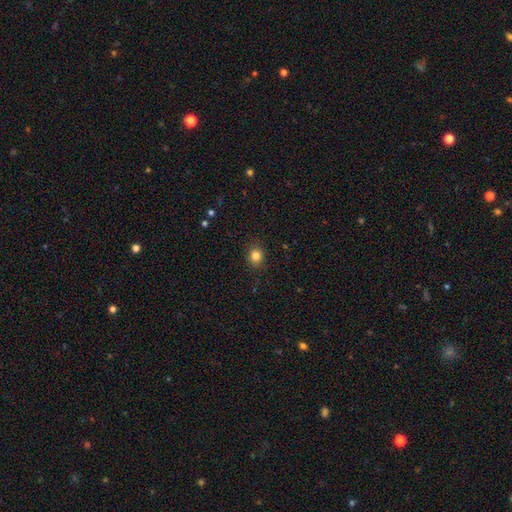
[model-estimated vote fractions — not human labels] This is clearly a smooth galaxy (83%). How rounded: likely round (76%). Merging: clearly none (89%).